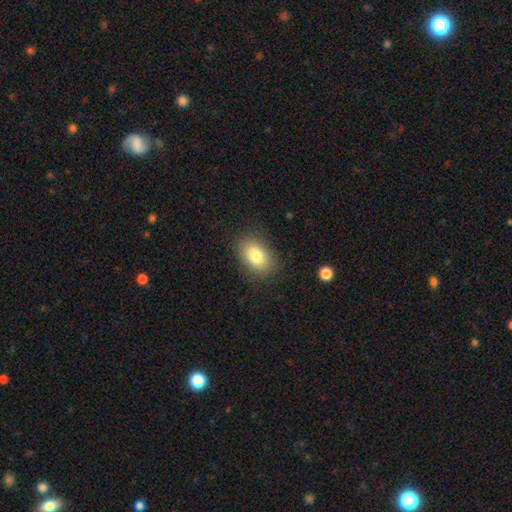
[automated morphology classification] This is clearly a smooth galaxy (81%). How rounded: clearly in between (86%). Merging: clearly none (85%).